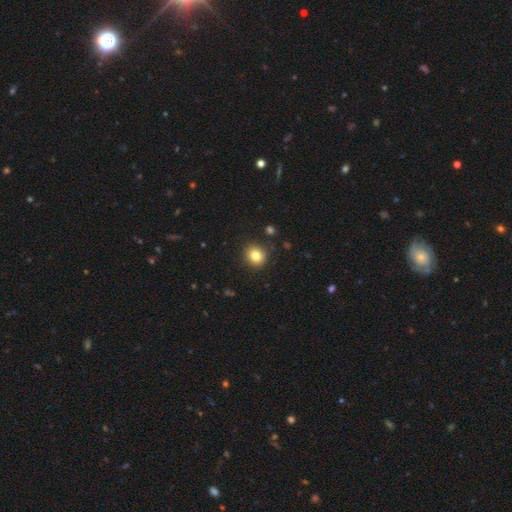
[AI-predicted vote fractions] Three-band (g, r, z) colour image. It shows a smooth galaxy with no disk features (81%) that is round (82%). Merging: none (87%).